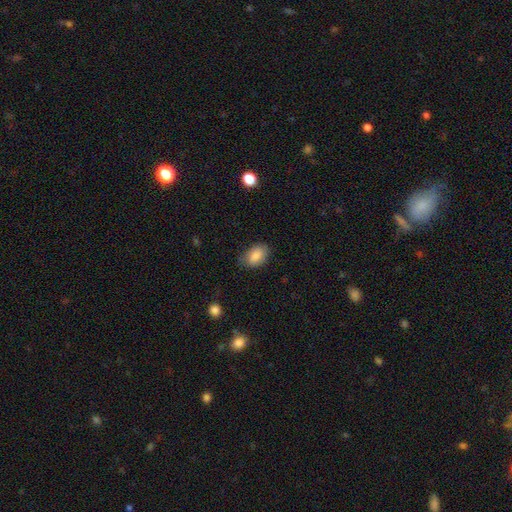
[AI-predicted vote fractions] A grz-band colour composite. It shows a smooth galaxy with no disk features (84%) that is in between round and cigar-shaped (88%). Merging: none (73%).